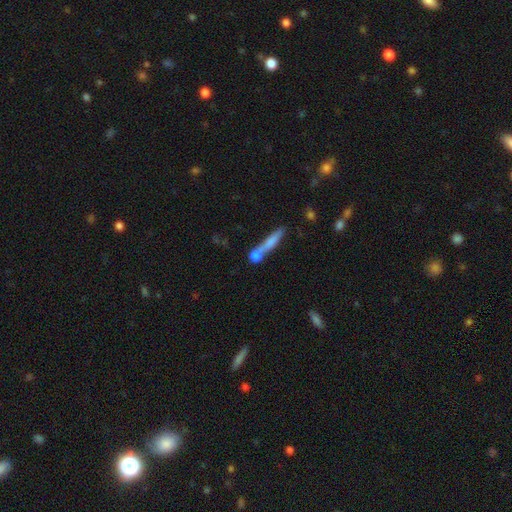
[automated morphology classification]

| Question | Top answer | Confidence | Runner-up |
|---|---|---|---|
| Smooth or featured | smooth | 68% | featured or disk (22%) |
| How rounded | cigar-shaped | 48% | round (34%) |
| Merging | none | 44% | merger (39%) |